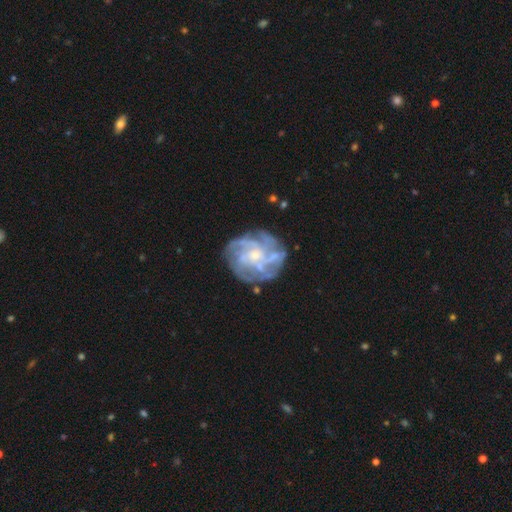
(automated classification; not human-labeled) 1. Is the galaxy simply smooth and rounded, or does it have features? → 82% featured or disk, 10% smooth, 8% star or artifact.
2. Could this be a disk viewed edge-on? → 98% no, 2% yes.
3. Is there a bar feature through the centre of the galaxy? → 68% no, 27% weak, 5% strong.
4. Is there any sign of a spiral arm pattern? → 87% yes, 13% no.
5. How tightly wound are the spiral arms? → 52% tight, 34% medium, 14% loose.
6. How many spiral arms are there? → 33% can't tell, 23% 4, 21% more than 4, 10% 3, 7% 2, 6% 1.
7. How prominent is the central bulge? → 56% small, 34% moderate, 5% none, 3% large, 1% dominant.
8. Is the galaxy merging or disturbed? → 75% none, 15% minor disturbance, 8% major disturbance, 2% merger.